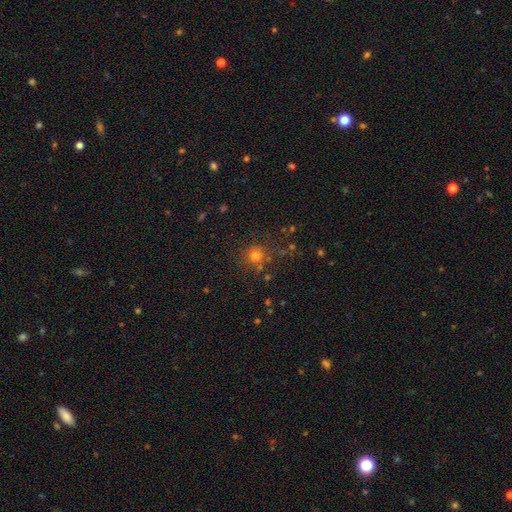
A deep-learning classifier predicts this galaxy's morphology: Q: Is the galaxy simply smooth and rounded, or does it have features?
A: smooth — 71%.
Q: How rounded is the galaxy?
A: round — 91%.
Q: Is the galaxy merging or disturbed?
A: none — 77%.